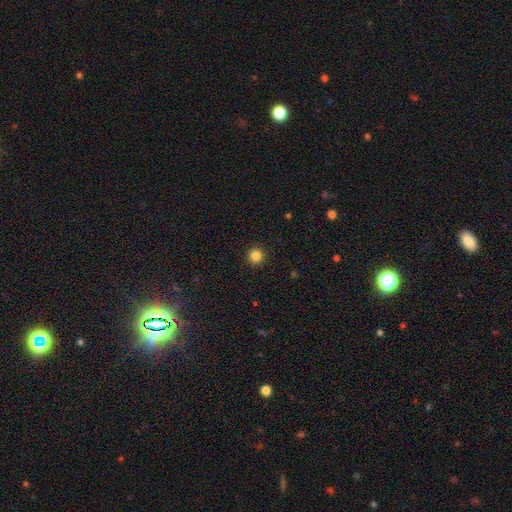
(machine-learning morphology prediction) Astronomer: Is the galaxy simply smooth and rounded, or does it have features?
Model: smooth — 84%.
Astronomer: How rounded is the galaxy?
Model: round — 96%.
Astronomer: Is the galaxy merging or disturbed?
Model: none — 93%.